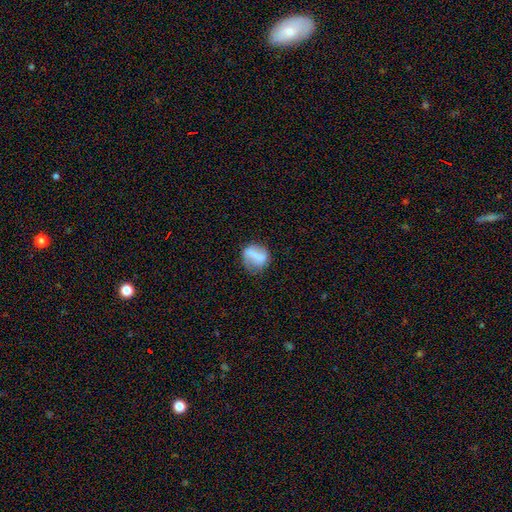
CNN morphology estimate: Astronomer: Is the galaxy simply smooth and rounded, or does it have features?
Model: smooth — 56% (runner-up: featured or disk, 35%).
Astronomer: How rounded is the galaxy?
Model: round — 61%.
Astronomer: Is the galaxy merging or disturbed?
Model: none — 67%.